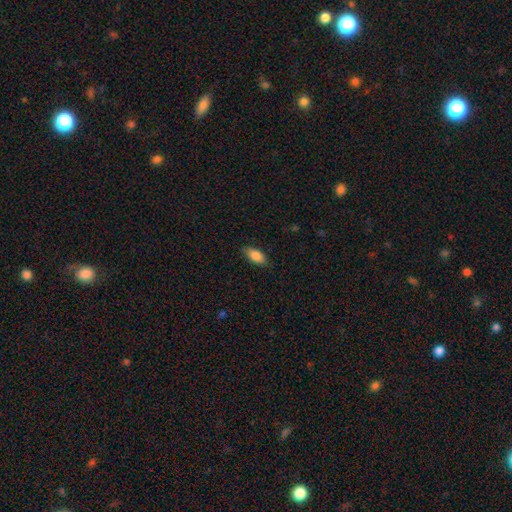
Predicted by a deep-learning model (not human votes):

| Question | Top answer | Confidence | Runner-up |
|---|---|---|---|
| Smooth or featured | smooth | 86% | featured or disk (8%) |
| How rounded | in between | 90% | cigar-shaped (7%) |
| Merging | none | 82% | minor disturbance (14%) |